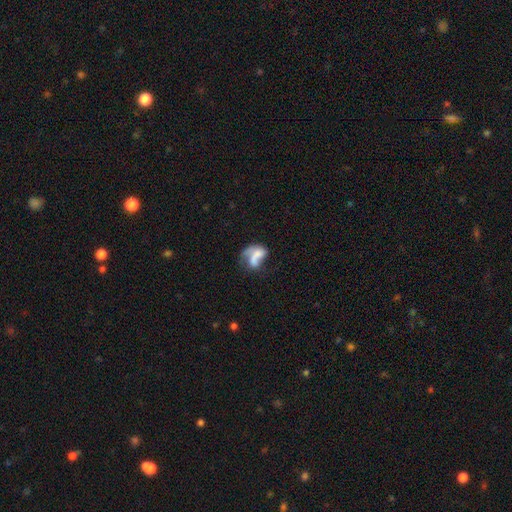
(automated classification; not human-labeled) smooth 50%, featured or disk 40%, star or artifact 10%. Down the decision tree: merging — major disturbance (34%).